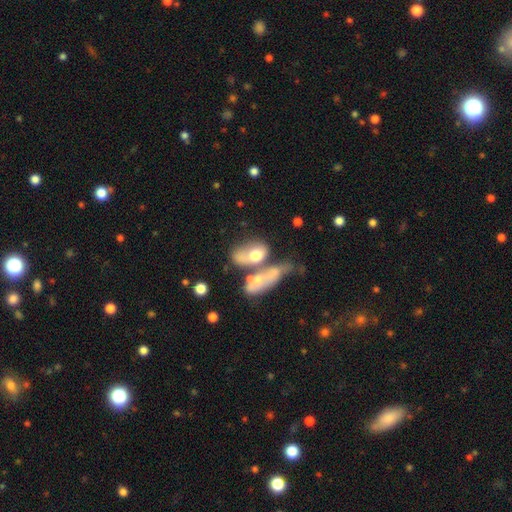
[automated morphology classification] This is possibly a smooth galaxy (59%). How rounded: likely in between (79%). Merging: possibly merger (55%).